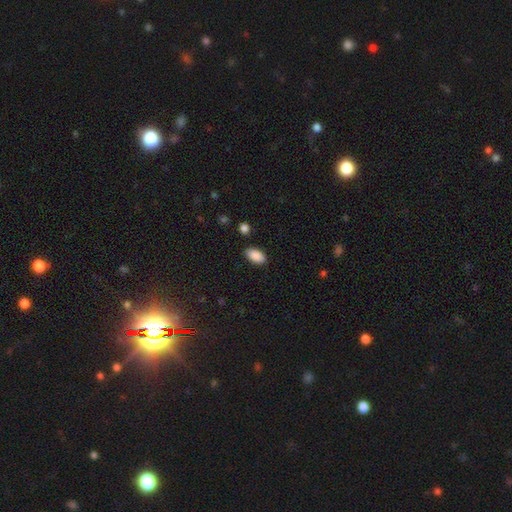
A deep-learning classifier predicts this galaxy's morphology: type=smooth (89%); roundness=in between (94%); merging=none (87%).